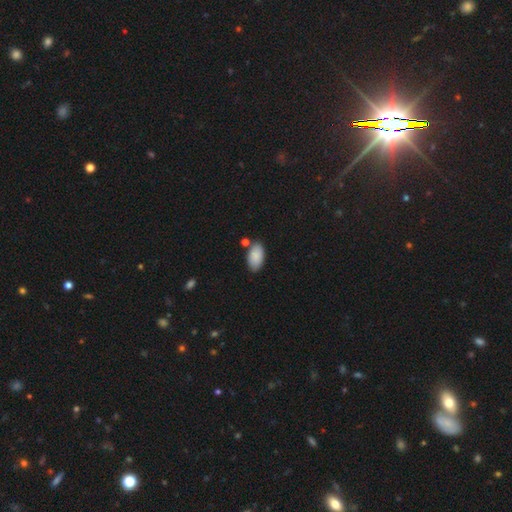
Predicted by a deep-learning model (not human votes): The model was most divided on "merging": none: 77%, minor disturbance: 13%, merger: 7%, major disturbance: 3%. More confident: how rounded — in between (95%); smooth or featured — smooth (88%).